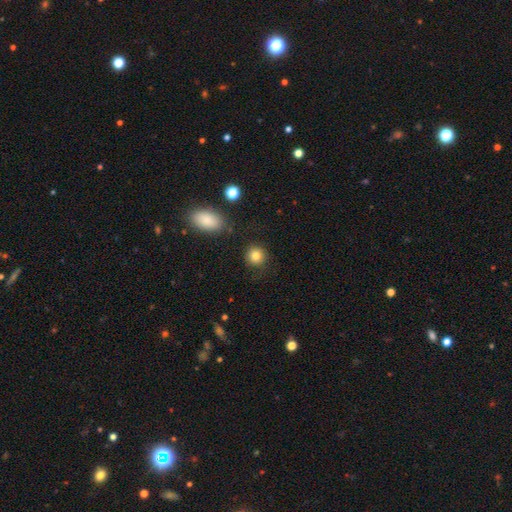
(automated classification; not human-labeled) Smooth or featured?
  - smooth: 83% *
  - star or artifact: 10%
  - featured or disk: 6%
How rounded?
  - round: 89% *
  - in between: 10%
  - cigar-shaped: 1%
Merging?
  - none: 86% *
  - minor disturbance: 8%
  - major disturbance: 3%
  - merger: 3%